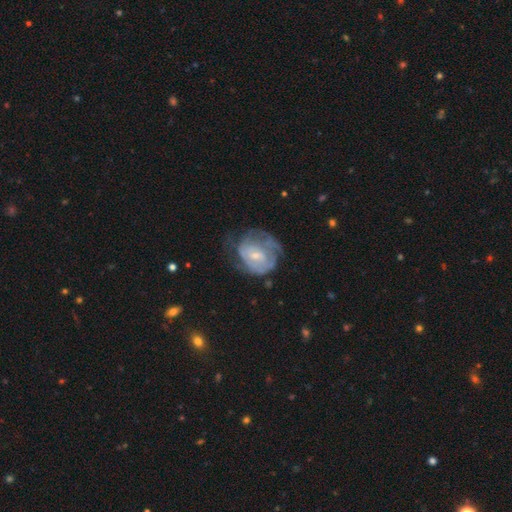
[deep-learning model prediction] featured or disk 72%, smooth 21%, star or artifact 7%. Down the decision tree: edge-on disk — no (98%); bar — no (48%); spiral arms — yes (77%); spiral arm count — can't tell (50%); spiral winding — tight (58%); bulge size — small (60%); merging — none (46%).